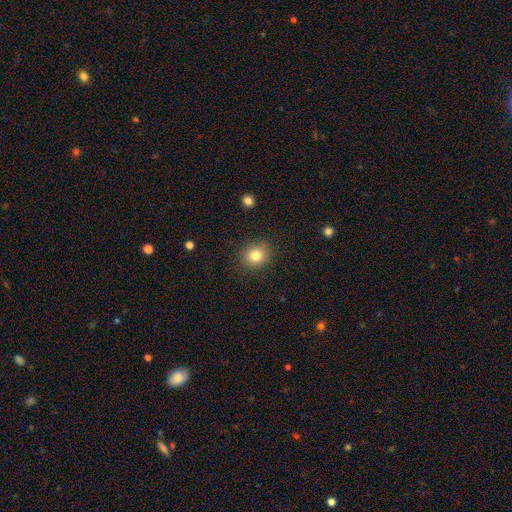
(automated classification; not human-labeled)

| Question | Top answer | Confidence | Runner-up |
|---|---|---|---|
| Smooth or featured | smooth | 82% | star or artifact (11%) |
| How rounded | round | 76% | in between (23%) |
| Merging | none | 87% | minor disturbance (9%) |